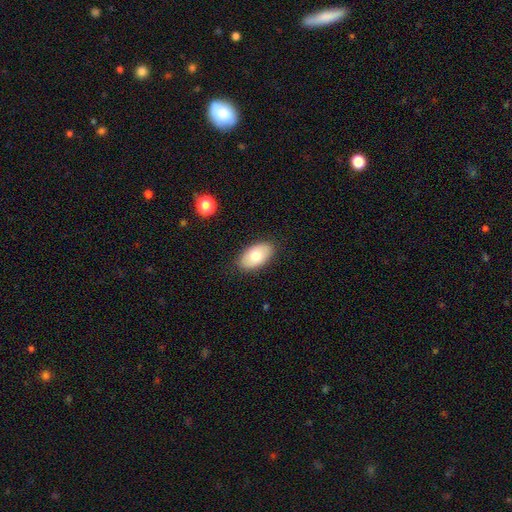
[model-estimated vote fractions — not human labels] A smooth galaxy with no disk features (74%) that is in between round and cigar-shaped (94%). Merging: none (87%).